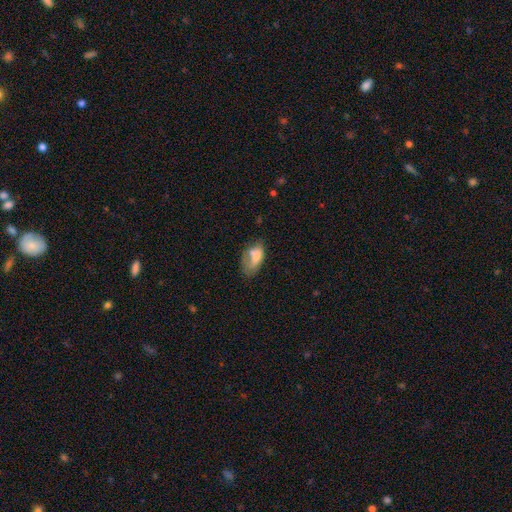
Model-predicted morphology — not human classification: smooth_or_featured: smooth (p=0.69) [alt: featured or disk p=0.22]
how_rounded: in between (p=0.90) [alt: round p=0.05]
merging: none (p=0.34) [alt: minor disturbance p=0.30]